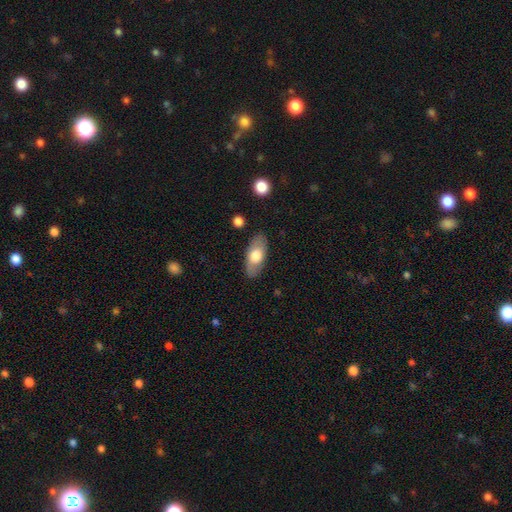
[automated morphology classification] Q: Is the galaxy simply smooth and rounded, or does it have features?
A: smooth — 67%.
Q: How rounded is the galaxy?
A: in between — 89%.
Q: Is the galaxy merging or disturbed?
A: none — 85%.